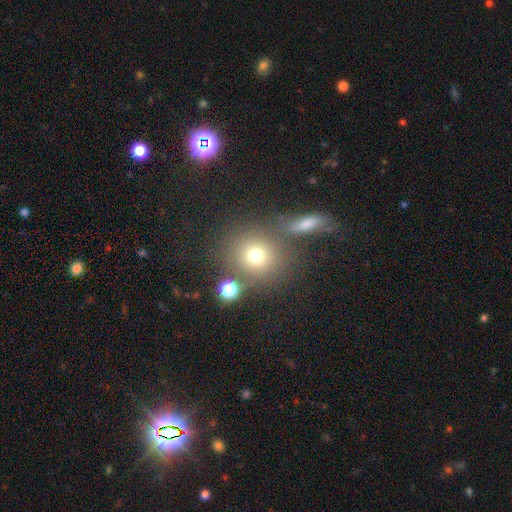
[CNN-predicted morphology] A smooth galaxy with no disk features (73%) that is round (87%). Merging: none (70%).